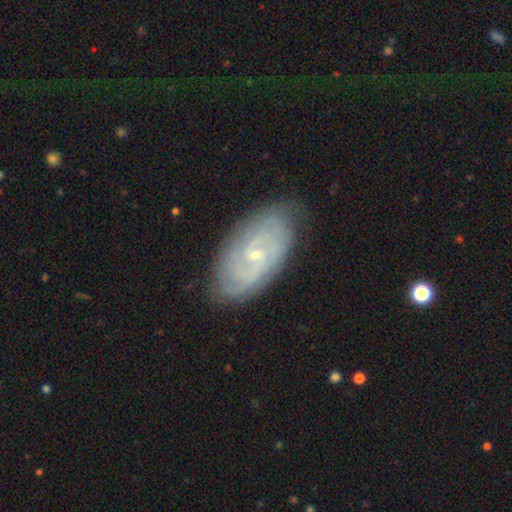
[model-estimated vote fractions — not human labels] featured or disk 80%, smooth 13%, star or artifact 7%. Down the decision tree: edge-on disk — no (95%); bar — no (54%); spiral arms — yes (94%); spiral arm count — can't tell (35%); spiral winding — tight (69%); bulge size — small (78%); merging — none (80%).